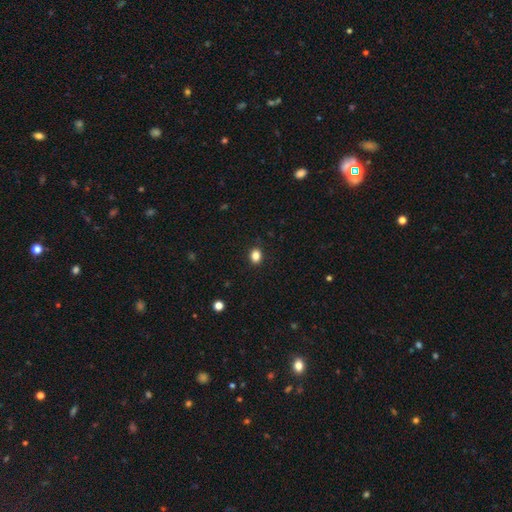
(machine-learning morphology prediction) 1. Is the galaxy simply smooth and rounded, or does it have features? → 85% smooth, 11% star or artifact, 4% featured or disk.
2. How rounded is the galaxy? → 56% in between, 43% round, 1% cigar-shaped.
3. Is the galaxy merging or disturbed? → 89% none, 8% minor disturbance, 2% major disturbance, 1% merger.